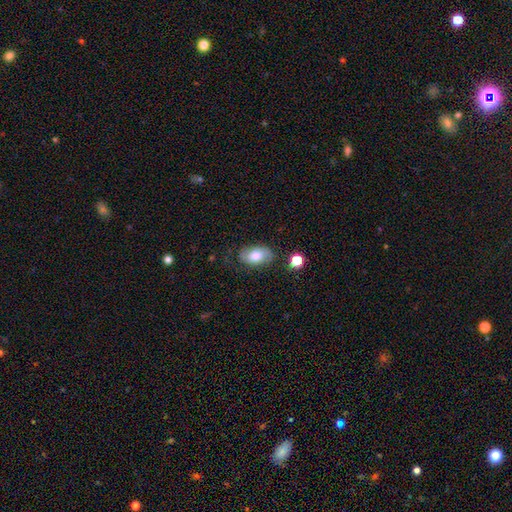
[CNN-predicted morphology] type=smooth (67%); roundness=in between (90%); merging=none (66%).